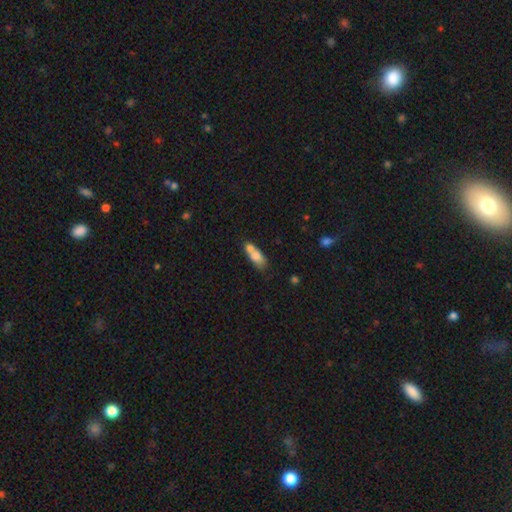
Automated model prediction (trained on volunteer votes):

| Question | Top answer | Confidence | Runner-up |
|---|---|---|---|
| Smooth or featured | smooth | 71% | featured or disk (20%) |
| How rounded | in between | 73% | cigar-shaped (17%) |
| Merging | merger | 56% | none (27%) |